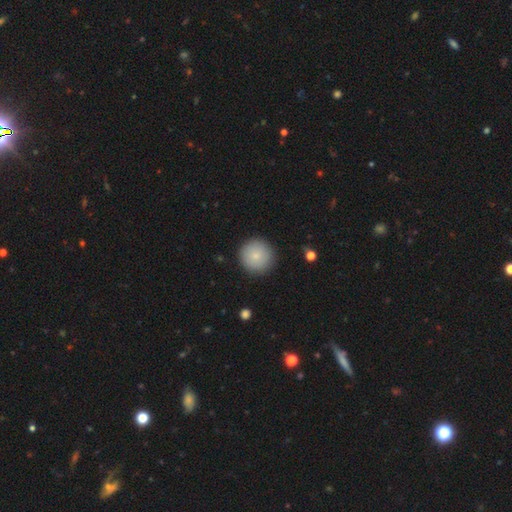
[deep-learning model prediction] A smooth galaxy with no disk features (83%) that is round (95%).

Vote fractions:
- Smooth or featured? smooth: 83% / featured or disk: 9% / star or artifact: 7%
- How rounded? round: 95% / in between: 4% / cigar-shaped: 1%
- Merging? none: 90% / minor disturbance: 7% / major disturbance: 2% / merger: 1%